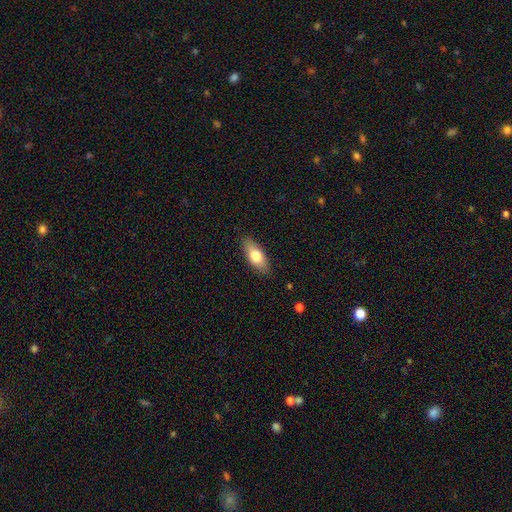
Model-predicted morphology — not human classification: Smooth or featured?
  - smooth: 73% *
  - featured or disk: 21%
  - star or artifact: 6%
How rounded?
  - in between: 79% *
  - cigar-shaped: 18%
  - round: 3%
Merging?
  - none: 86% *
  - minor disturbance: 11%
  - major disturbance: 2%
  - merger: 1%